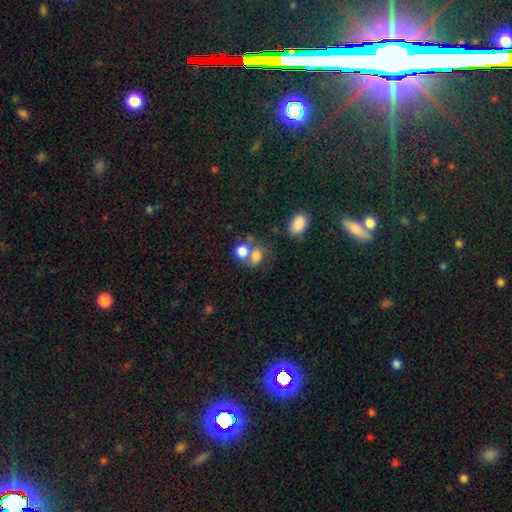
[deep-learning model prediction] Overall: smooth (76%). How rounded: round (52%; in between 47%). Merging: merger (50%; none 34%).